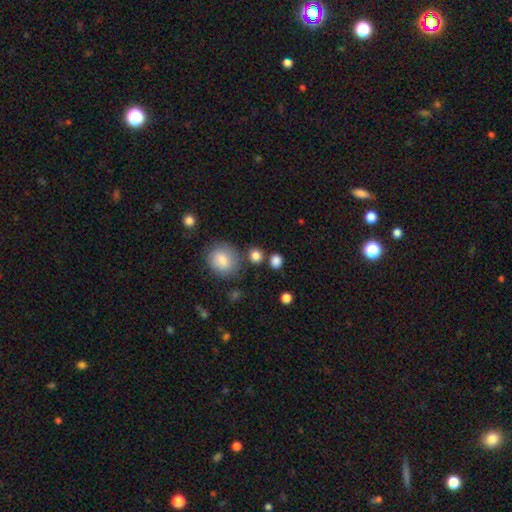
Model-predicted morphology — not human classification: Smooth or featured? Predicted: smooth (p=0.83). How rounded? Predicted: round (p=0.83). Merging? Predicted: none (p=0.75).